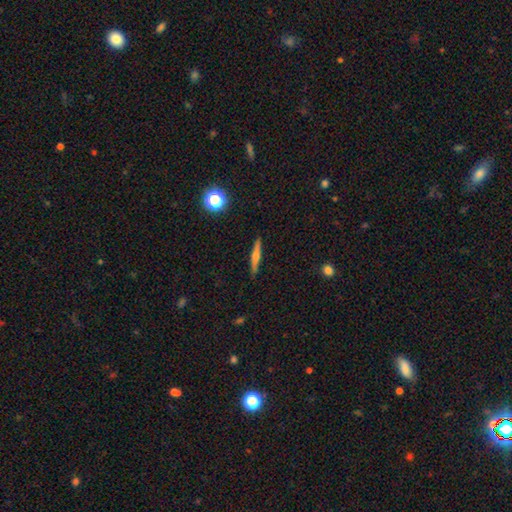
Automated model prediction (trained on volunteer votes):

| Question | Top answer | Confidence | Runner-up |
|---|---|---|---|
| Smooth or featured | featured or disk | 53% | smooth (38%) |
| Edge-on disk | yes | 97% | no (3%) |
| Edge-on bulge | rounded | 73% | none (17%) |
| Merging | none | 90% | minor disturbance (7%) |